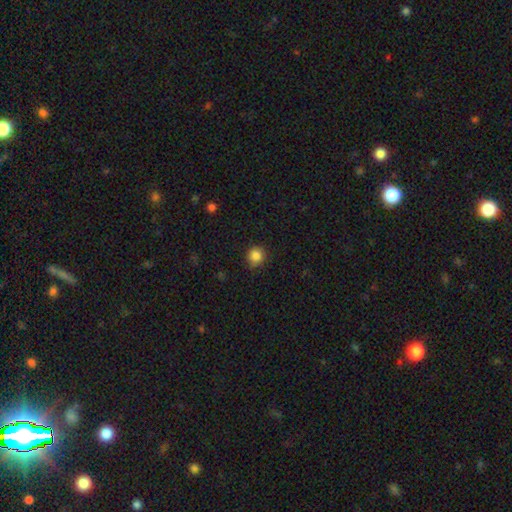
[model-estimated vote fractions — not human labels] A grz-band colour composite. It shows a smooth galaxy with no disk features (85%) that is round (92%). Merging: none (87%).